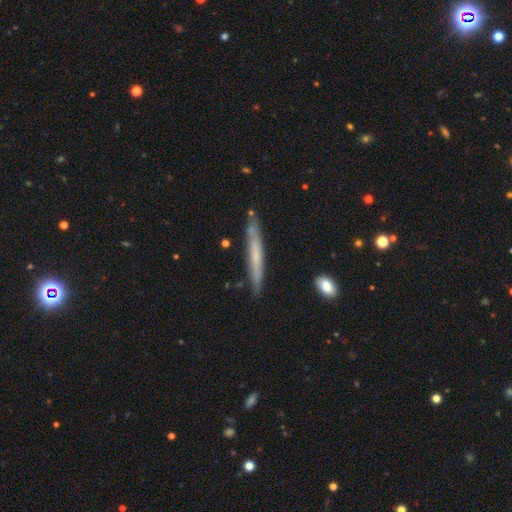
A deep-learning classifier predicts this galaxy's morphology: Overall: smooth (48%; featured or disk 45%). Merging: none (82%).